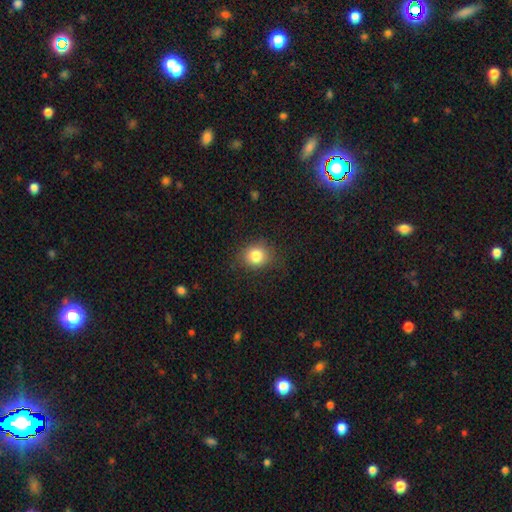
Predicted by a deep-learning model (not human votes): Smooth or featured: smooth — 82% (star or artifact — 11%)
How rounded: round — 75% (in between — 24%)
Merging: none — 82% (minor disturbance — 13%)